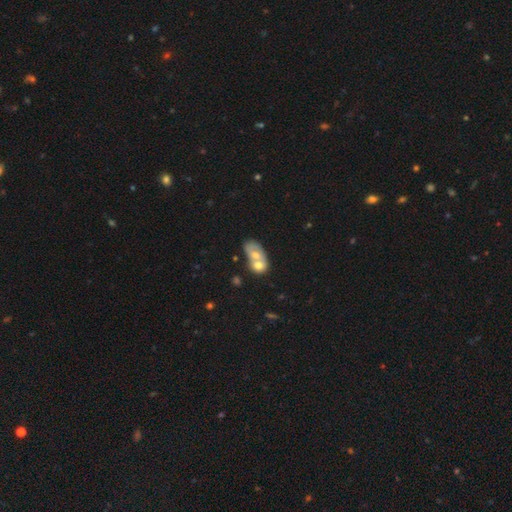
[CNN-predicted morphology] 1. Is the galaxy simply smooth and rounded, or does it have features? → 49% smooth, 41% featured or disk, 10% star or artifact.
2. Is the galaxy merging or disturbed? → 65% merger, 21% none, 9% minor disturbance, 6% major disturbance.